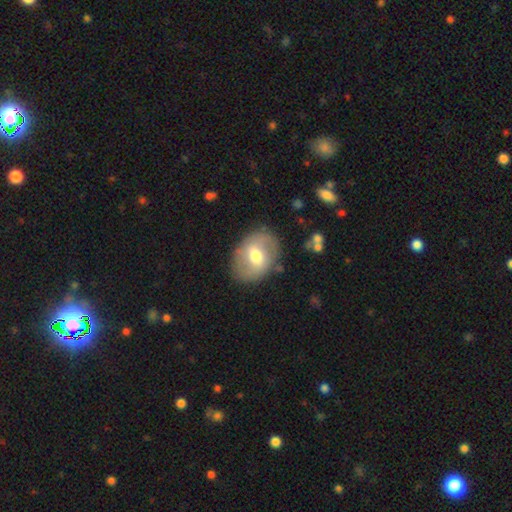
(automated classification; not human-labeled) Smooth or featured: smooth — 48% (featured or disk — 45%)
Merging: none — 80% (minor disturbance — 13%)